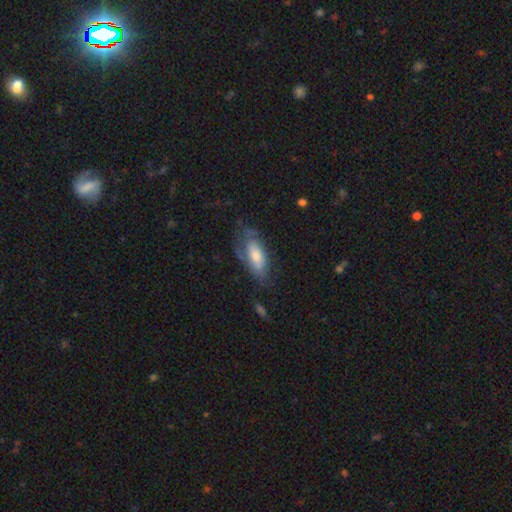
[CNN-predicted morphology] type=smooth (52%); roundness=in between (79%); merging=none (52%).